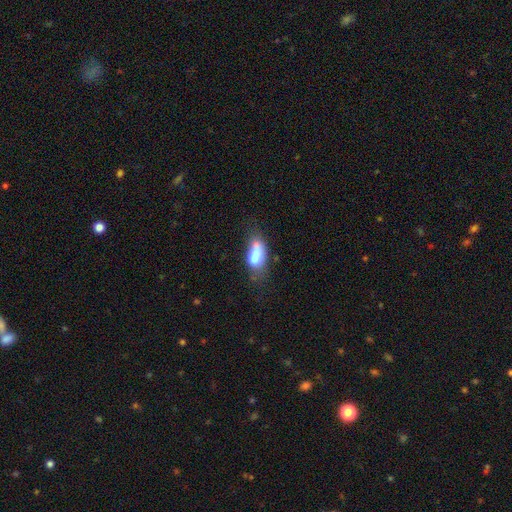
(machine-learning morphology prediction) Smooth or featured?
  - smooth: 71% *
  - featured or disk: 20%
  - star or artifact: 9%
How rounded?
  - in between: 85% *
  - cigar-shaped: 8%
  - round: 7%
Merging?
  - merger: 33% *
  - none: 29%
  - minor disturbance: 23%
  - major disturbance: 15%